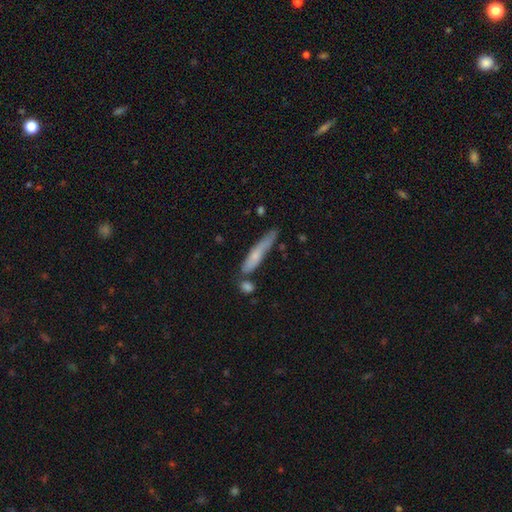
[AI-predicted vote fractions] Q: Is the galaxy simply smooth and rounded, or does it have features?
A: smooth — 60%.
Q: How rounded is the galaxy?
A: cigar-shaped — 89%.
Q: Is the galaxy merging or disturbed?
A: none — 56%.